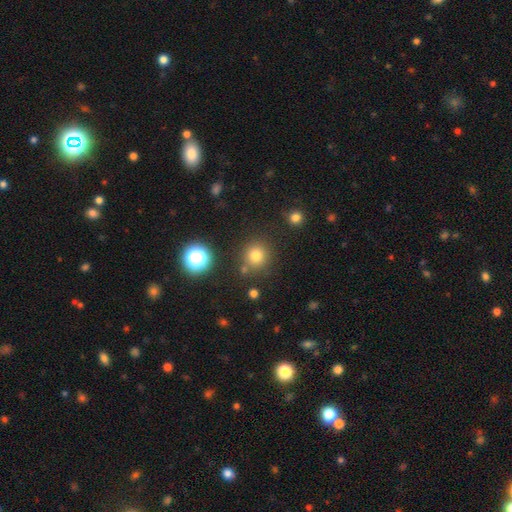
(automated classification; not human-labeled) smooth_or_featured: smooth (p=0.76) [alt: star or artifact p=0.17]
how_rounded: round (p=0.91) [alt: in between p=0.08]
merging: none (p=0.81) [alt: minor disturbance p=0.09]